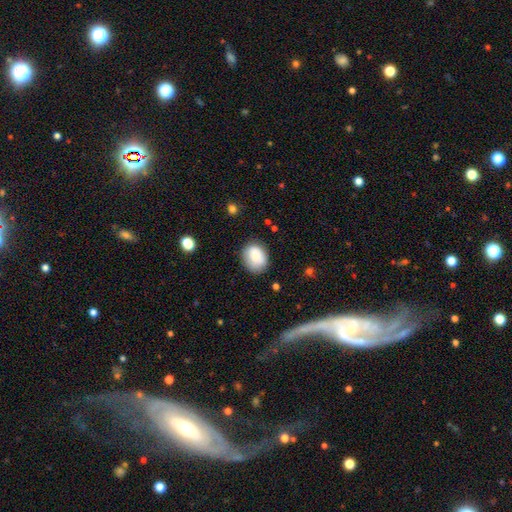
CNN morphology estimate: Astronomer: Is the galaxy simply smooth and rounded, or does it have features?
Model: smooth — 82%.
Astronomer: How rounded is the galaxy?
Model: in between — 52% (runner-up: round, 48%).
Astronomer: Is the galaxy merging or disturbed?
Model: none — 75%.